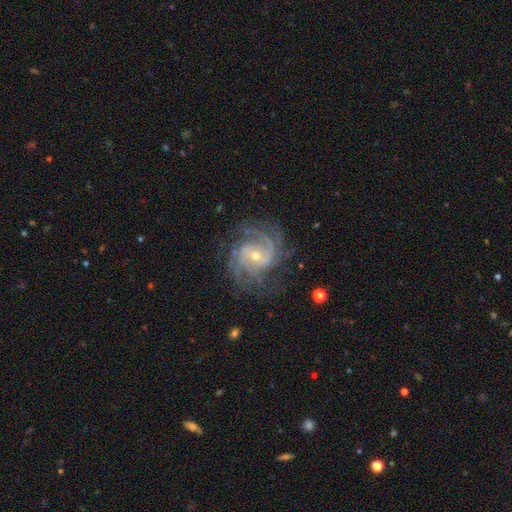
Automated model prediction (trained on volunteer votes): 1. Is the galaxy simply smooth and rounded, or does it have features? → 91% featured or disk, 5% star or artifact, 3% smooth.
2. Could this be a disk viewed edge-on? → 98% no, 2% yes.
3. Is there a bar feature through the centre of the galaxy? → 50% no, 36% weak, 13% strong.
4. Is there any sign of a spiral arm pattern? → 98% yes, 2% no.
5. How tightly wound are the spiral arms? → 54% tight, 39% medium, 7% loose.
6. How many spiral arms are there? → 31% 2, 26% 3, 16% can't tell, 13% 4, 7% more than 4, 7% 1.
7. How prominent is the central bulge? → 58% small, 39% moderate, 1% large, 1% none, 1% dominant.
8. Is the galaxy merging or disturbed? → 75% none, 16% minor disturbance, 8% major disturbance, 1% merger.